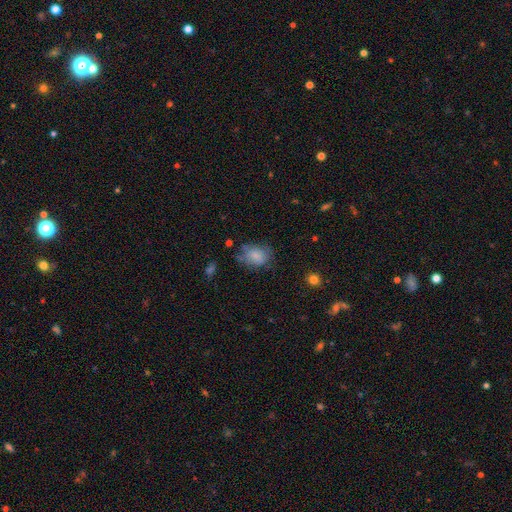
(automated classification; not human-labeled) Smooth or featured? Predicted: smooth (p=0.77). How rounded? Predicted: in between (p=0.68). Merging? Predicted: none (p=0.55).